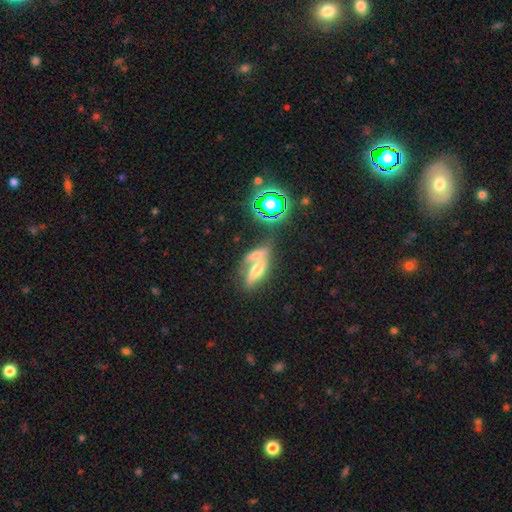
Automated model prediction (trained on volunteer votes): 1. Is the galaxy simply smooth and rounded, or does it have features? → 51% smooth, 31% featured or disk, 18% star or artifact.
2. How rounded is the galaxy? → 58% in between, 36% cigar-shaped, 7% round.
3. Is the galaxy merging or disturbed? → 59% merger, 27% none, 8% minor disturbance, 6% major disturbance.